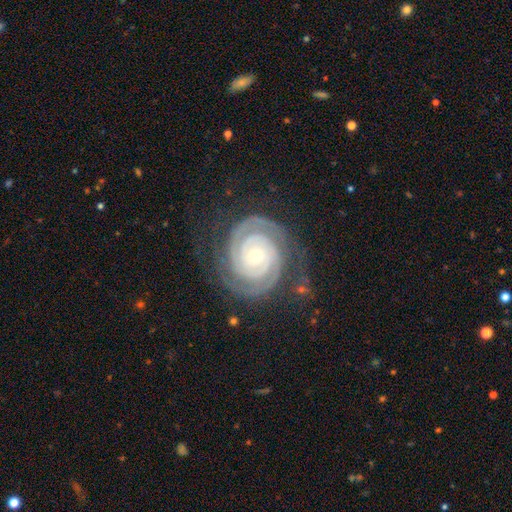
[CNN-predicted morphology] Q: Smooth or featured?
A: featured or disk (92%); runner-up: star or artifact (4%)
Q: Edge-on disk?
A: no (98%); runner-up: yes (2%)
Q: Bar?
A: no (72%); runner-up: weak (18%)
Q: Spiral arms?
A: yes (99%); runner-up: no (1%)
Q: Spiral winding?
A: tight (85%); runner-up: medium (13%)
Q: Spiral arm count?
A: 2 (77%); runner-up: 3 (9%)
Q: Bulge size?
A: small (57%); runner-up: moderate (40%)
Q: Merging?
A: none (79%); runner-up: minor disturbance (14%)